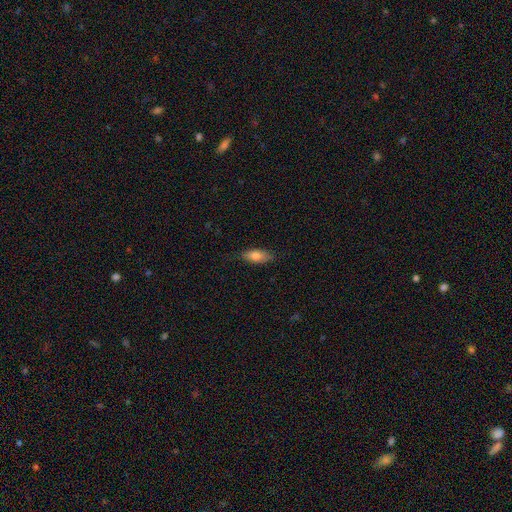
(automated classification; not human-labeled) This is likely a smooth galaxy (75%). How rounded: likely in between (76%). Merging: likely none (79%).